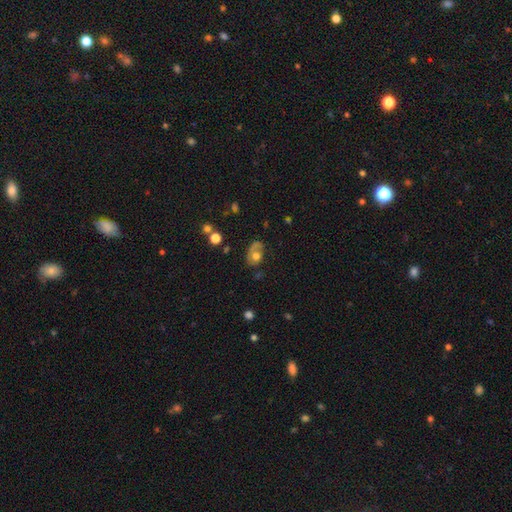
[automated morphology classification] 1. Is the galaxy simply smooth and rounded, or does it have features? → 47% featured or disk, 44% smooth, 9% star or artifact.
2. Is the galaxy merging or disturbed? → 45% none, 26% major disturbance, 24% minor disturbance, 6% merger.